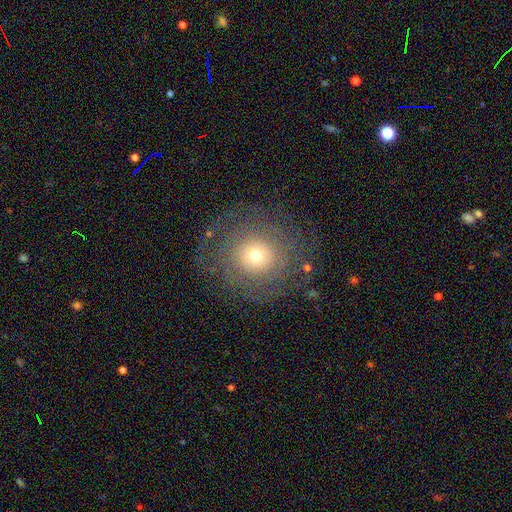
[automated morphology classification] Smooth or featured? Predicted: featured or disk (p=0.49). Merging? Predicted: none (p=0.78).